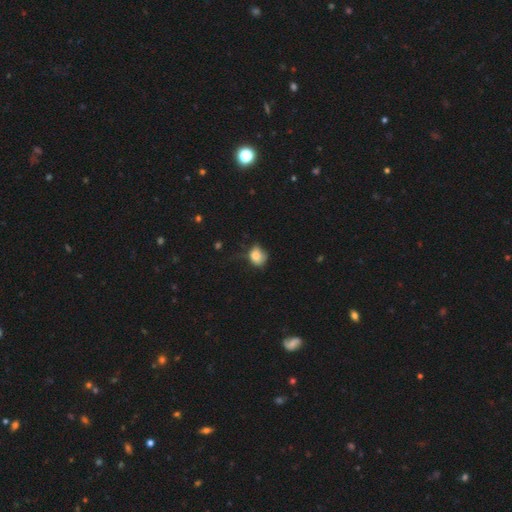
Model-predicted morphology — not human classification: smooth 80%, featured or disk 11%, star or artifact 10%. Down the decision tree: how rounded — in between (54%); merging — none (39%).